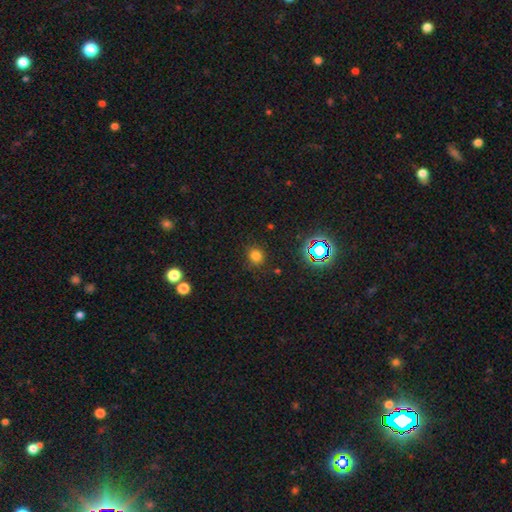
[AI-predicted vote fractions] This appears to be a smooth galaxy with no disk features (74%) that is round (87%). Merging: none (86%).